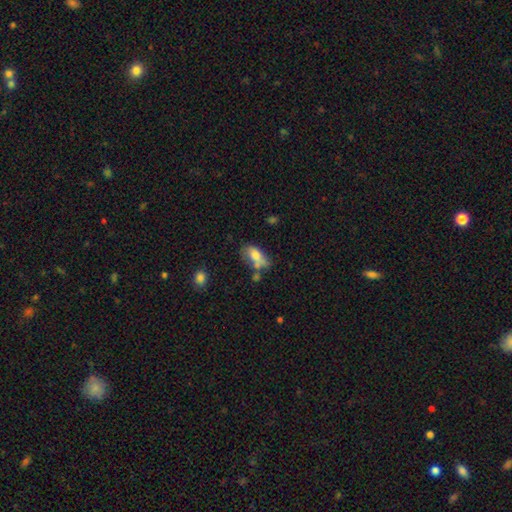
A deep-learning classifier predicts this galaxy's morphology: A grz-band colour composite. It shows a smooth galaxy with no disk features (69%) that is in between round and cigar-shaped (85%). Merging: none (37%).